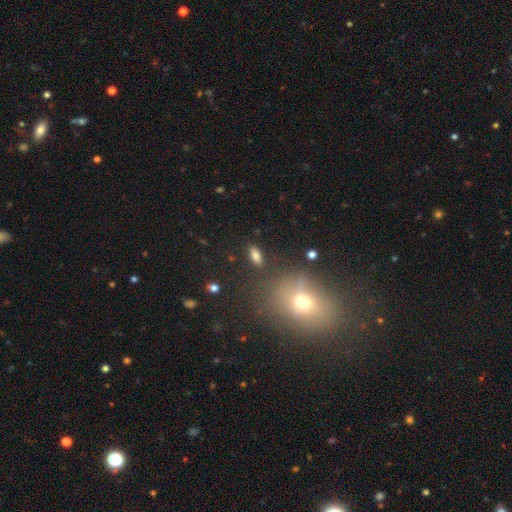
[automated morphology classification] Overall: smooth (79%). How rounded: in between (82%). Merging: none (86%).